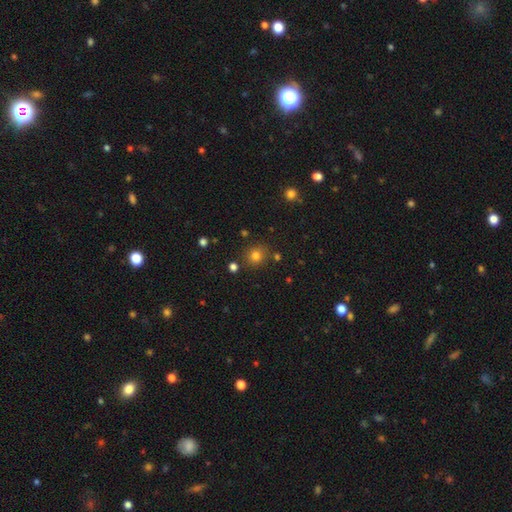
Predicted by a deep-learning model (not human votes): Smooth or featured? smooth (77%)
How rounded? round (86%)
Merging? none (83%)